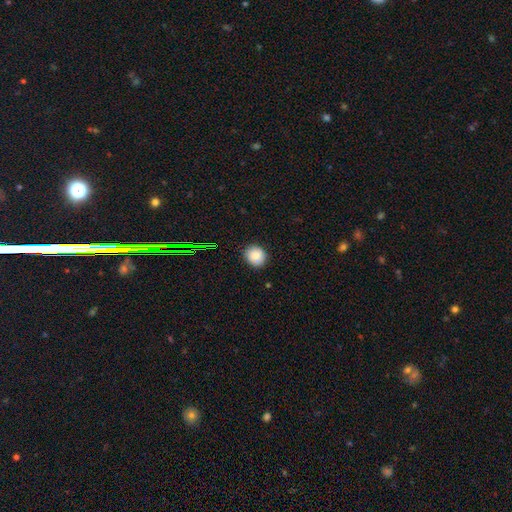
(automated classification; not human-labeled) This is clearly a smooth galaxy (82%). How rounded: clearly round (81%). Merging: clearly none (88%).